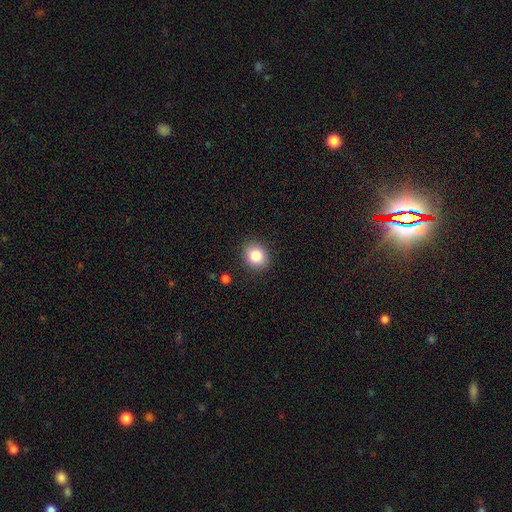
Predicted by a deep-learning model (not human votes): Q: Smooth or featured?
A: smooth (84%); runner-up: star or artifact (10%)
Q: How rounded?
A: round (68%); runner-up: in between (31%)
Q: Merging?
A: none (89%); runner-up: minor disturbance (8%)